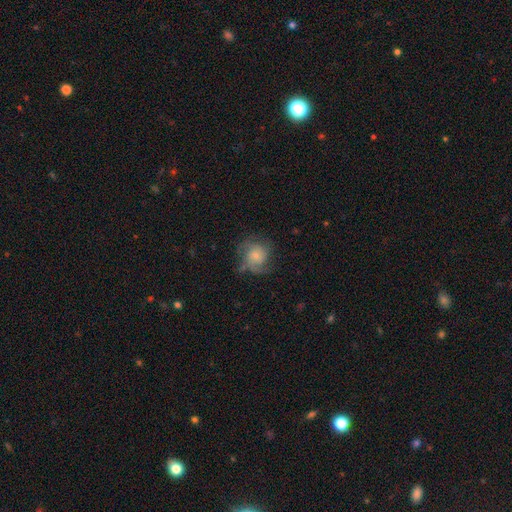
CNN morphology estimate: Smooth or featured? featured or disk (56%)
Edge-on disk? no (98%)
Bar? no (75%)
Spiral arms? yes (85%)
Bulge size? small (63%)
Merging? none (56%)